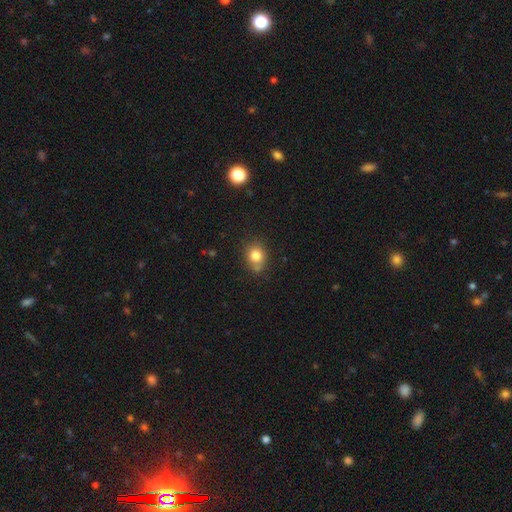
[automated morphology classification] smooth_or_featured: smooth (p=0.80) [alt: star or artifact p=0.12]
how_rounded: round (p=0.69) [alt: in between p=0.30]
merging: none (p=0.67) [alt: minor disturbance p=0.18]